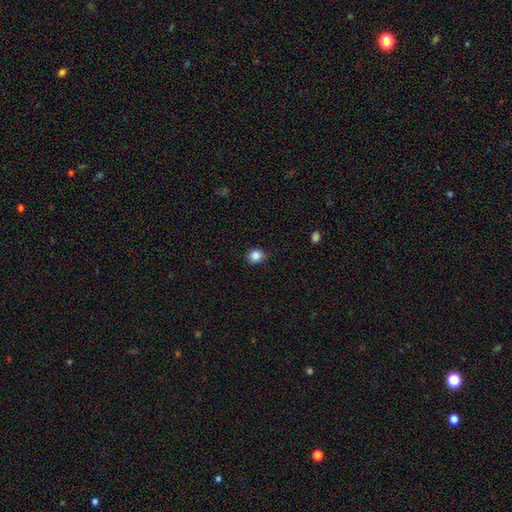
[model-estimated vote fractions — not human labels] This is clearly a smooth galaxy (86%). How rounded: clearly round (83%). Merging: likely none (78%).